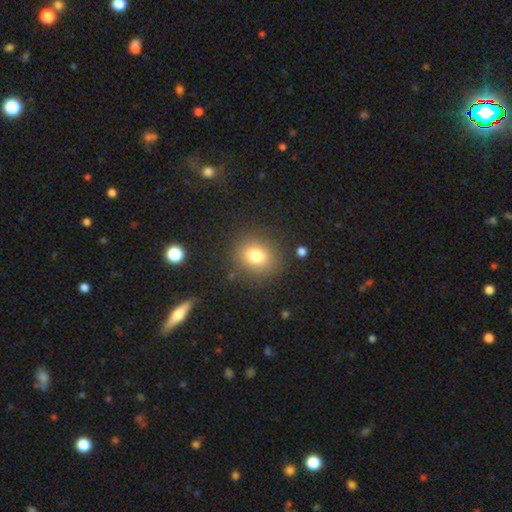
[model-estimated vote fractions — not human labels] smooth 78%, star or artifact 13%, featured or disk 9%. Down the decision tree: how rounded — round (69%); merging — none (86%).